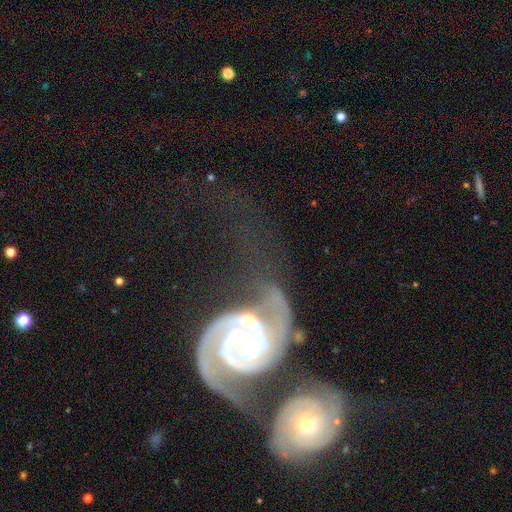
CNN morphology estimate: A featured or disk galaxy (86%) with no bar (44%), 2 (81%) tight (49%) spiral arms (96%) and a small central bulge (47%). Merging: merger (43%).